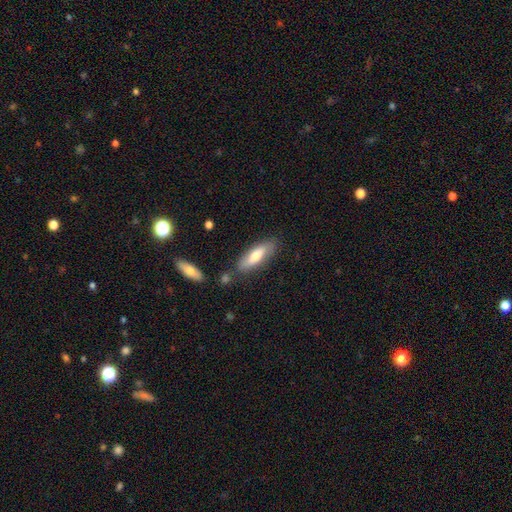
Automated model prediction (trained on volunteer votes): Smooth or featured? smooth (64%)
How rounded? in between (52%)
Merging? none (77%)